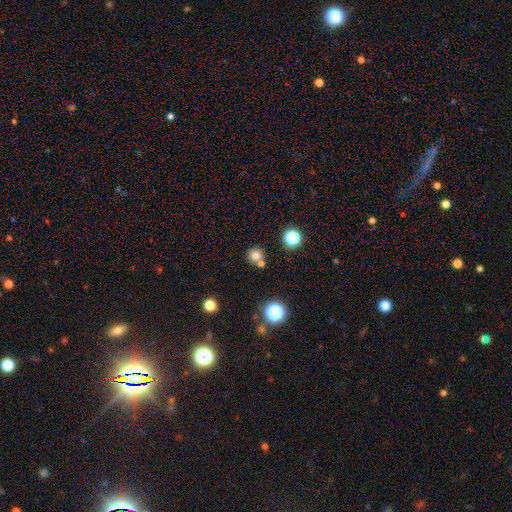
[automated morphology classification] smooth 74%, star or artifact 17%, featured or disk 9%. Down the decision tree: how rounded — round (90%); merging — none (65%).